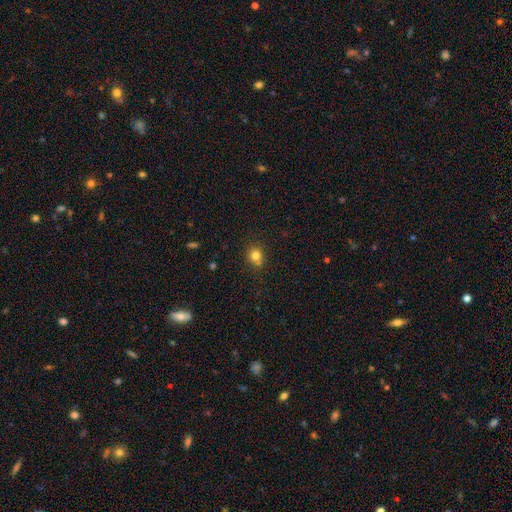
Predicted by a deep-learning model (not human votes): Overall: smooth (79%). How rounded: round (77%). Merging: none (71%).